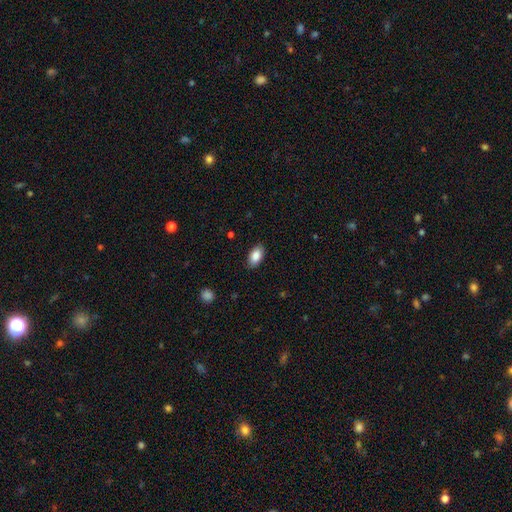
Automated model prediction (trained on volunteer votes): Smooth or featured?
  - smooth: 86% *
  - star or artifact: 7%
  - featured or disk: 7%
How rounded?
  - in between: 93% *
  - round: 5%
  - cigar-shaped: 2%
Merging?
  - none: 86% *
  - minor disturbance: 11%
  - major disturbance: 2%
  - merger: 1%